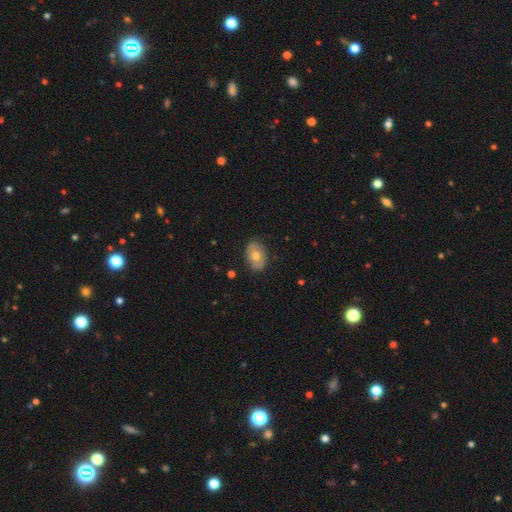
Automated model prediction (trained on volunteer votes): Morphology: type=smooth (69%); roundness=in between (80%); merging=none (84%).